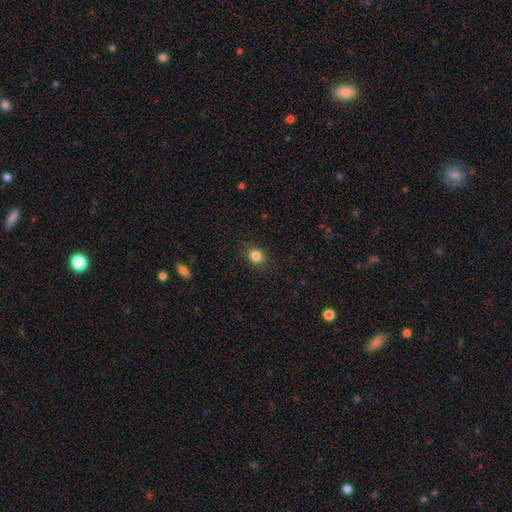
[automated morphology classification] smooth 83%, star or artifact 11%, featured or disk 5%. Down the decision tree: how rounded — round (69%); merging — none (87%).